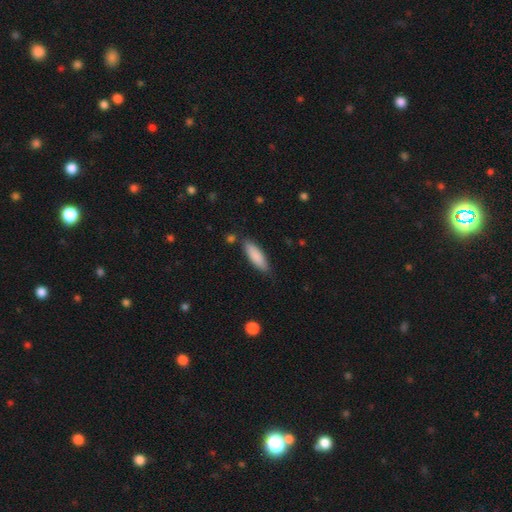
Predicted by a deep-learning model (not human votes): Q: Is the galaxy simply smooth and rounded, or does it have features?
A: smooth — 86%.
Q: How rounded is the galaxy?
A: cigar-shaped — 49%, tied with in between.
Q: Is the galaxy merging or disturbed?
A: none — 81%.